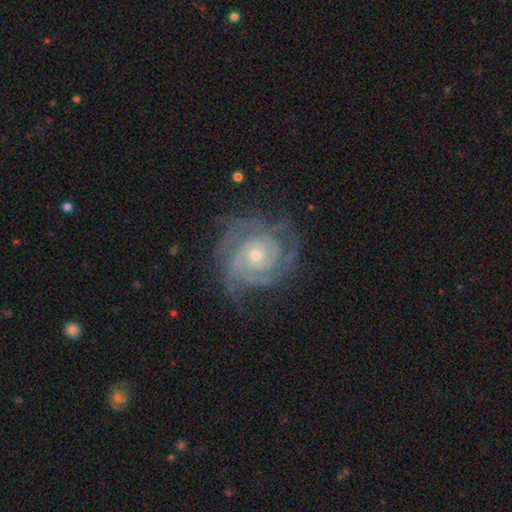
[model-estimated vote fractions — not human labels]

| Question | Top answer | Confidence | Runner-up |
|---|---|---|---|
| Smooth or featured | featured or disk | 90% | star or artifact (5%) |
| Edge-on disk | no | 98% | yes (2%) |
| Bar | no | 76% | weak (20%) |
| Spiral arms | yes | 98% | no (2%) |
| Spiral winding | tight | 73% | medium (23%) |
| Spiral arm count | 2 | 29% | 3 (27%) |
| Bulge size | small | 61% | moderate (35%) |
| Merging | none | 71% | minor disturbance (18%) |